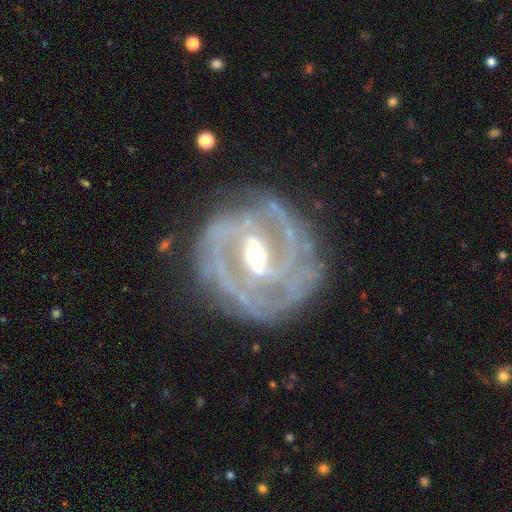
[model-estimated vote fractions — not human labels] This appears to be a featured or disk galaxy (90%) with a strong bar (48%), 2 (47%) tight (60%) spiral arms (96%) and a moderate central bulge (63%). Merging: none (76%).